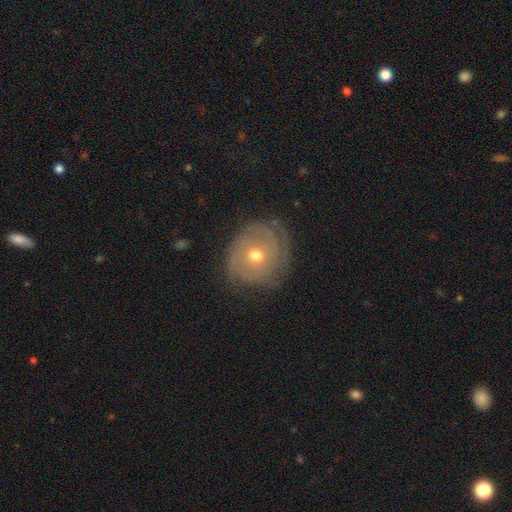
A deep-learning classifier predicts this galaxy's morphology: This is likely a featured or disk galaxy (66%). It is clearly not viewed edge-on (96%). Bar: clearly no (82%). Spiral arm pattern: likely yes (78%). Central bulge: likely moderate (62%). Merging: likely none (71%).